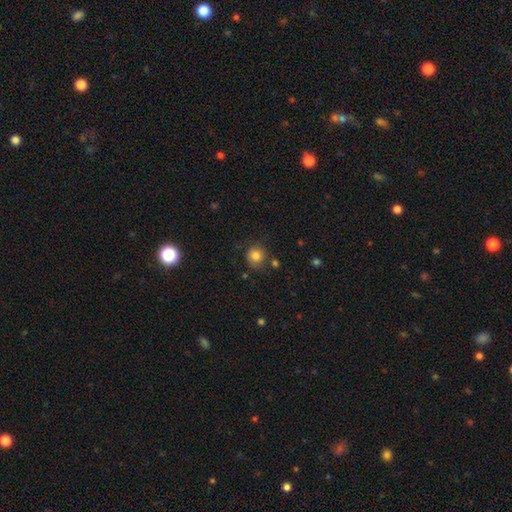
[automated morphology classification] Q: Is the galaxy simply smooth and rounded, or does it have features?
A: smooth — 80%.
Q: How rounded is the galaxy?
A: round — 89%.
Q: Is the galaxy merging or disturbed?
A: none — 79%.